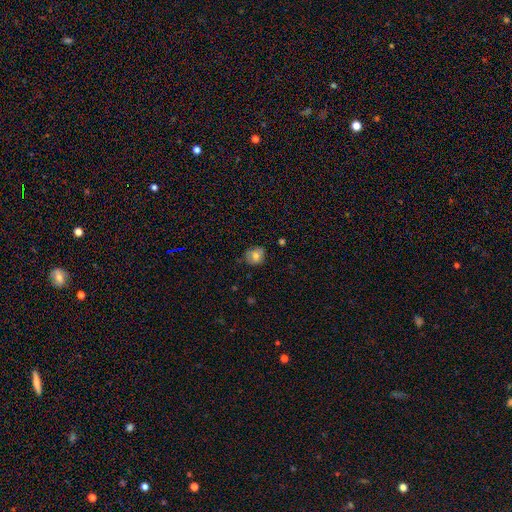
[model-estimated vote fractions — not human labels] Overall: smooth (73%). How rounded: round (68%; in between 31%). Merging: none (73%).